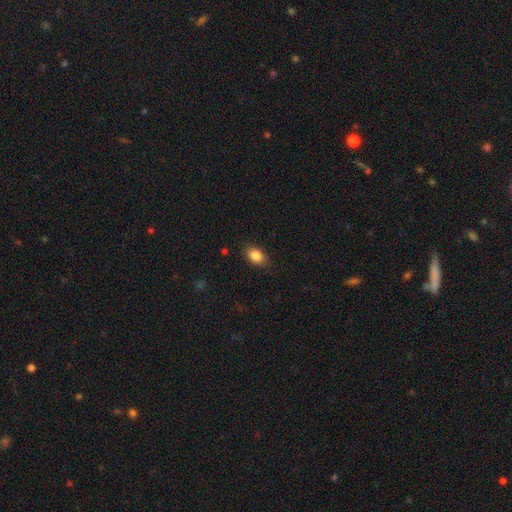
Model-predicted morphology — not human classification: Smooth or featured?
  - smooth: 85% *
  - star or artifact: 8%
  - featured or disk: 6%
How rounded?
  - in between: 83% *
  - round: 15%
  - cigar-shaped: 2%
Merging?
  - none: 86% *
  - minor disturbance: 11%
  - major disturbance: 3%
  - merger: 1%